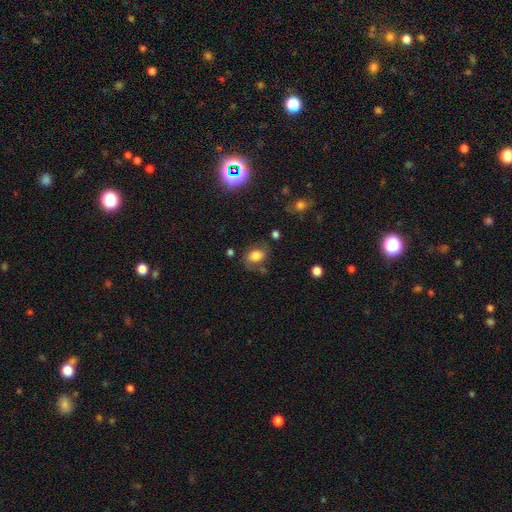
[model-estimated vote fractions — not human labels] This appears to be a smooth galaxy with no disk features (63%) that is in between round and cigar-shaped (75%). Merging: none (62%).